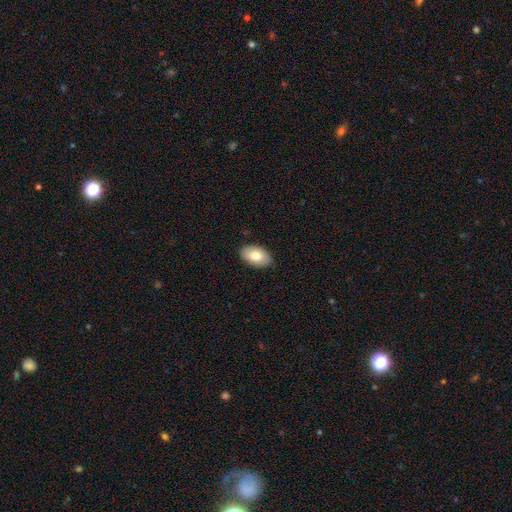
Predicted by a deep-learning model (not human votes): Smooth or featured? smooth (78%)
How rounded? in between (93%)
Merging? none (87%)